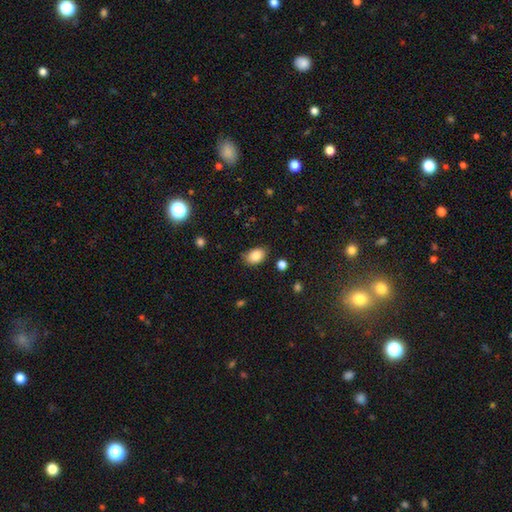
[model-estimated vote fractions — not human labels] smooth_or_featured: smooth (p=0.86) [alt: star or artifact p=0.08]
how_rounded: in between (p=0.83) [alt: round p=0.16]
merging: none (p=0.78) [alt: minor disturbance p=0.16]